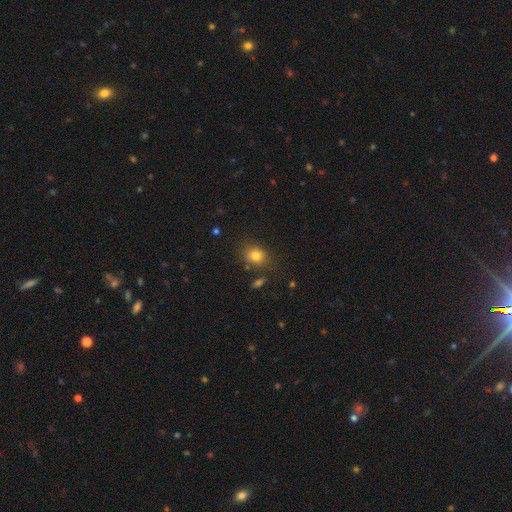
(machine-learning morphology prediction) smooth_or_featured: smooth (p=0.80) [alt: star or artifact p=0.12]
how_rounded: round (p=0.60) [alt: in between p=0.39]
merging: none (p=0.72) [alt: minor disturbance p=0.17]